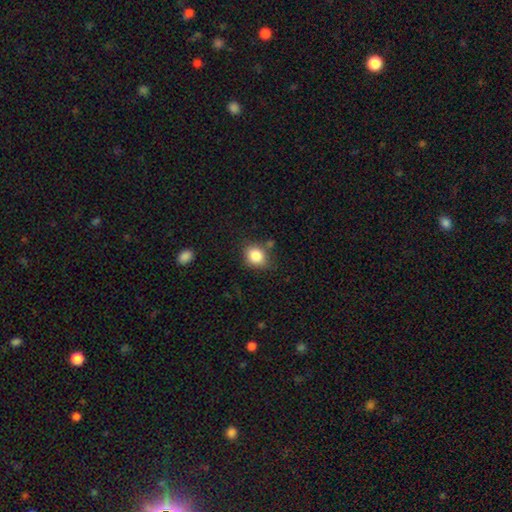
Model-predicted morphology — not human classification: smooth_or_featured: smooth (p=0.84) [alt: star or artifact p=0.10]
how_rounded: round (p=0.61) [alt: in between p=0.38]
merging: none (p=0.73) [alt: minor disturbance p=0.17]